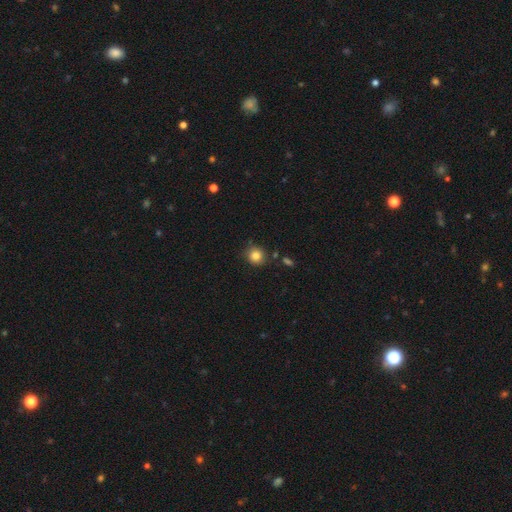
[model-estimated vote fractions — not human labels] The model was most divided on "merging": none: 81%, minor disturbance: 12%, merger: 4%, major disturbance: 3%. More confident: how rounded — round (88%); smooth or featured — smooth (83%).